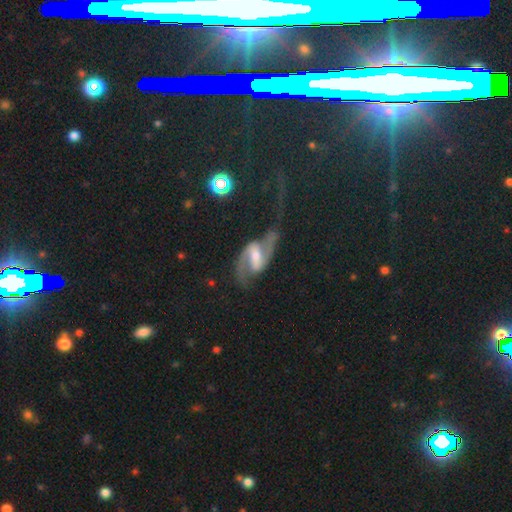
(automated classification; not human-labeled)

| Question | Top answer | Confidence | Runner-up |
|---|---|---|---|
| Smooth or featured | featured or disk | 83% | star or artifact (9%) |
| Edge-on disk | no | 95% | yes (5%) |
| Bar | strong | 43% | weak (42%) |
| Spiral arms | yes | 95% | no (5%) |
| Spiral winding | medium | 46% | loose (38%) |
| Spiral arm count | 2 | 93% | can't tell (3%) |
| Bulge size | moderate | 52% | small (36%) |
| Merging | none | 61% | minor disturbance (18%) |